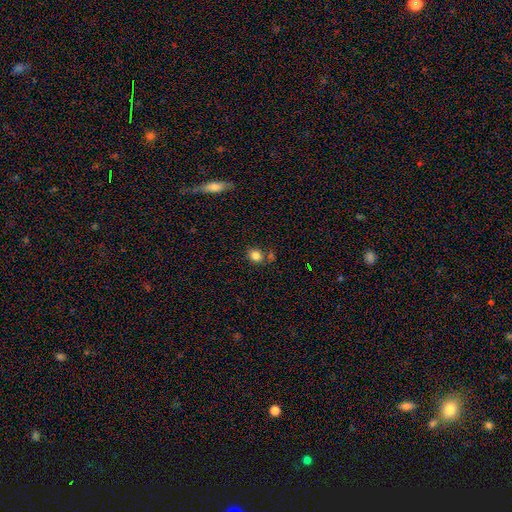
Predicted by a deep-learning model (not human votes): A smooth galaxy with no disk features (83%) that is round (62%).

Vote fractions:
- Smooth or featured? smooth: 83% / star or artifact: 11% / featured or disk: 6%
- How rounded? round: 62% / in between: 37% / cigar-shaped: 1%
- Merging? none: 73% / minor disturbance: 13% / merger: 10% / major disturbance: 4%